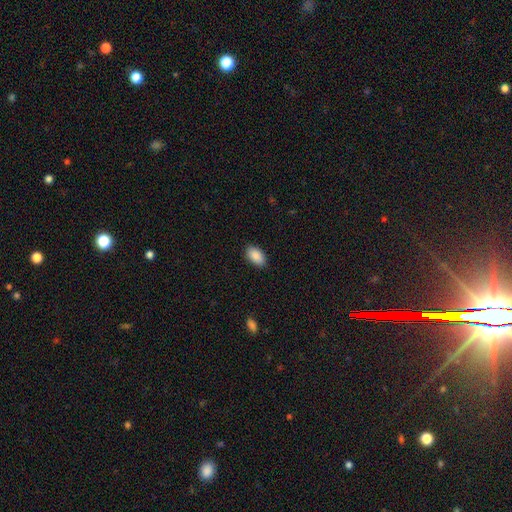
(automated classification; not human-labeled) Smooth or featured: smooth — 89% (star or artifact — 7%)
How rounded: in between — 94% (round — 4%)
Merging: none — 88% (minor disturbance — 9%)